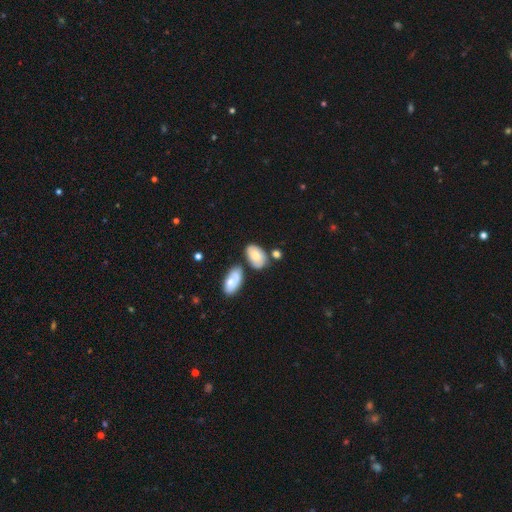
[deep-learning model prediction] smooth-or-featured: smooth: 73% | featured or disk: 19% | star or artifact: 8%
  how-rounded: in between: 91% | round: 8% | cigar-shaped: 2%
  merging: none: 56% | minor disturbance: 20% | merger: 19% | major disturbance: 6%